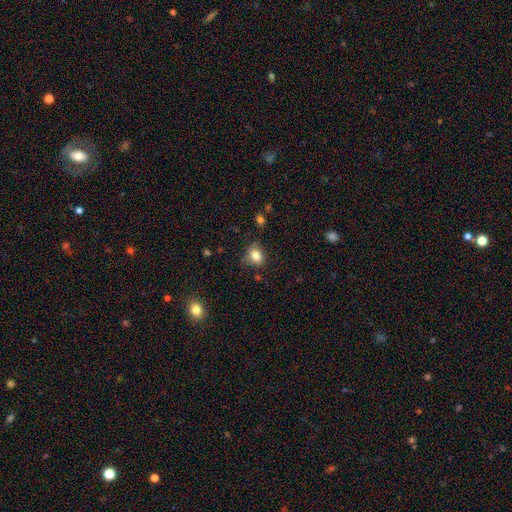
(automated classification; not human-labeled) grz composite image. It shows a smooth galaxy with no disk features (81%) that is in between round and cigar-shaped (50%). Merging: none (70%).